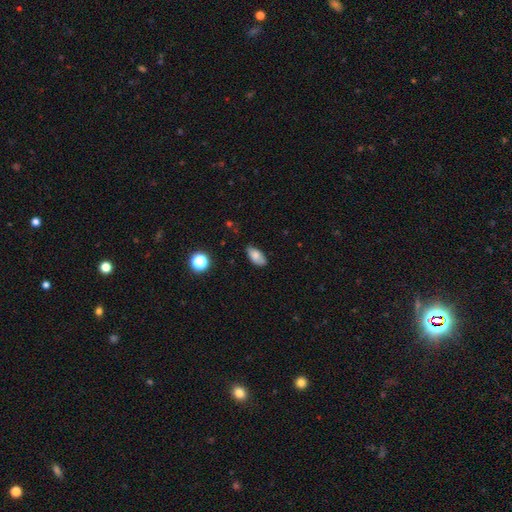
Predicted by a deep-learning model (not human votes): A smooth galaxy with no disk features (79%) that is in between round and cigar-shaped (92%).

Vote fractions:
- Smooth or featured? smooth: 79% / featured or disk: 12% / star or artifact: 9%
- How rounded? in between: 92% / round: 5% / cigar-shaped: 3%
- Merging? none: 71% / minor disturbance: 23% / major disturbance: 4% / merger: 2%